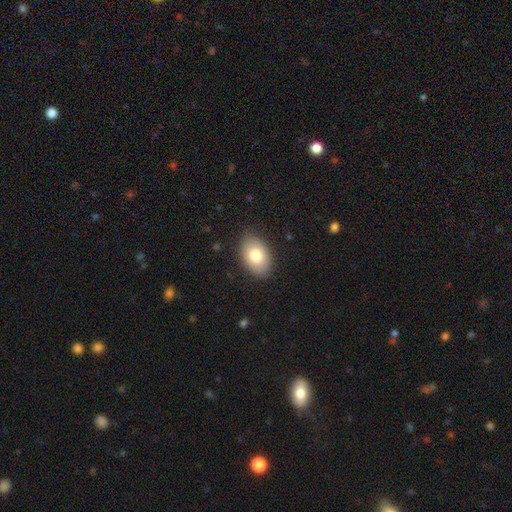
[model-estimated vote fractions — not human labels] Smooth or featured? smooth (78%)
How rounded? in between (89%)
Merging? none (84%)